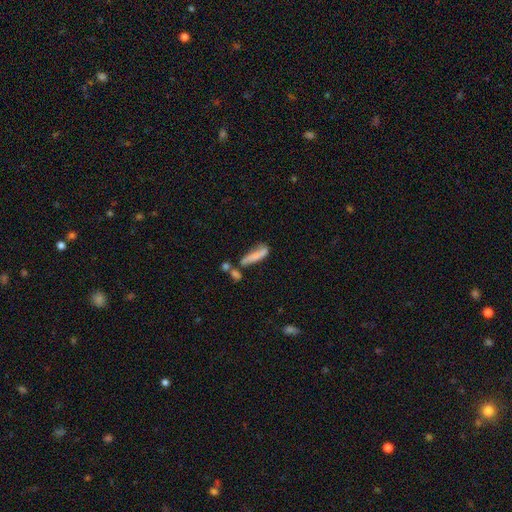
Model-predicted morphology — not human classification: This appears to be a smooth galaxy with no disk features (69%) that is cigar-shaped (70%). Merging: none (37%).